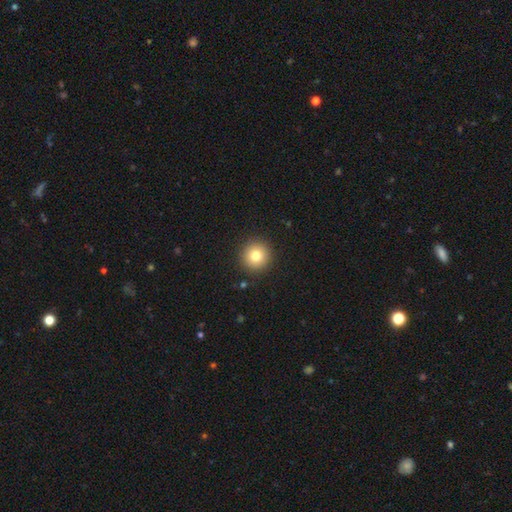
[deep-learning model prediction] Overall: smooth (79%). How rounded: round (95%). Merging: none (92%).